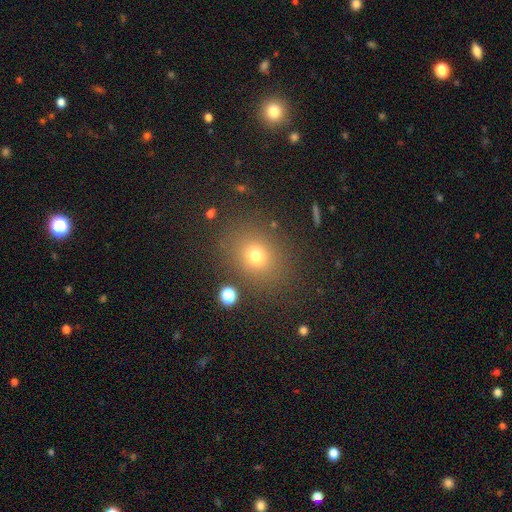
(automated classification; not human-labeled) Smooth or featured? smooth (71%)
How rounded? round (62%)
Merging? none (84%)